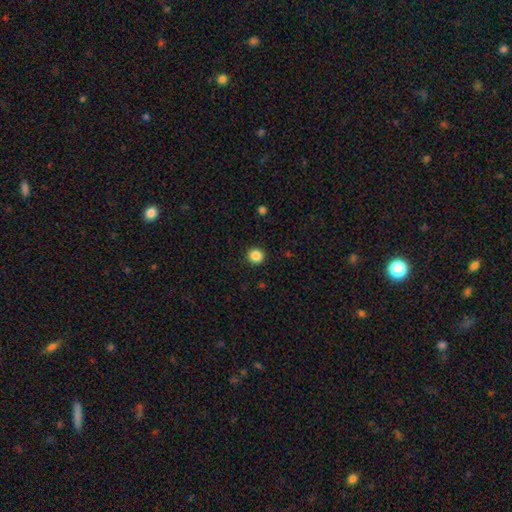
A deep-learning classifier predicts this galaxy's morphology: Smooth or featured? smooth (87%)
How rounded? round (91%)
Merging? none (92%)